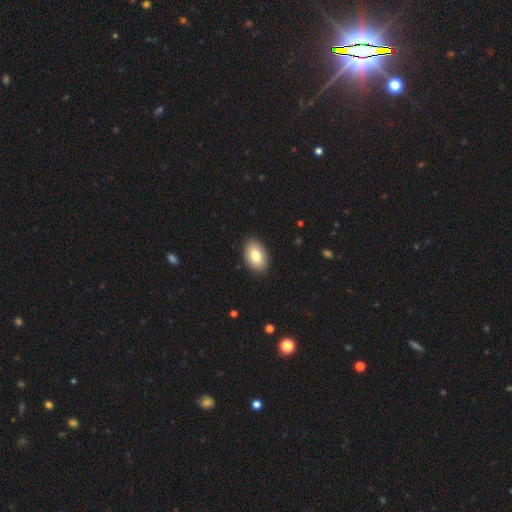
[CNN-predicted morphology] Overall: smooth (81%). How rounded: in between (90%). Merging: none (89%).